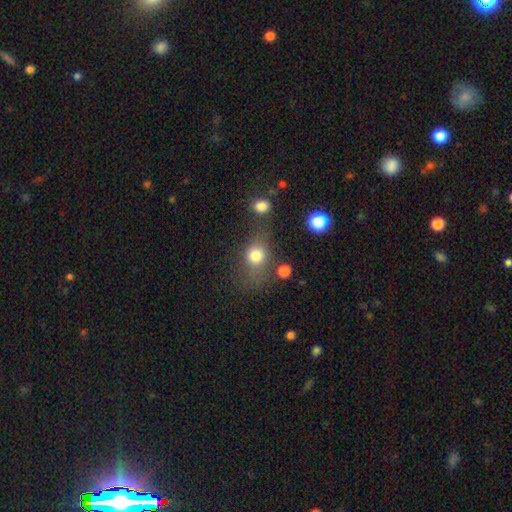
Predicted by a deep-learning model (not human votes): Overall: smooth (77%). How rounded: round (57%; in between 41%). Merging: none (51%; minor disturbance 21%).